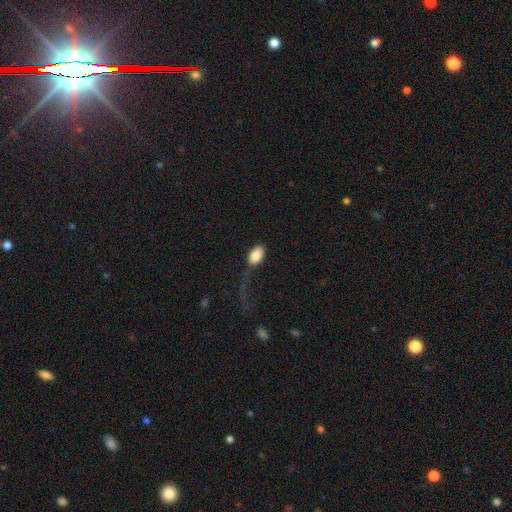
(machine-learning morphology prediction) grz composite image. It shows a smooth galaxy with no disk features (83%) that is in between round and cigar-shaped (91%). Merging: major disturbance (40%).